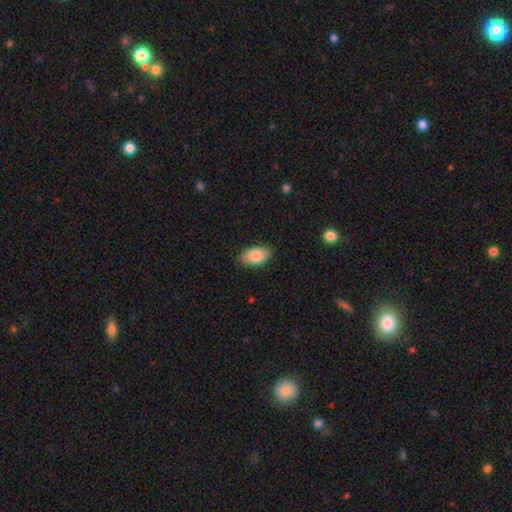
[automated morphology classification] smooth_or_featured: smooth (p=0.86) [alt: featured or disk p=0.08]
how_rounded: in between (p=0.93) [alt: round p=0.05]
merging: none (p=0.85) [alt: minor disturbance p=0.11]